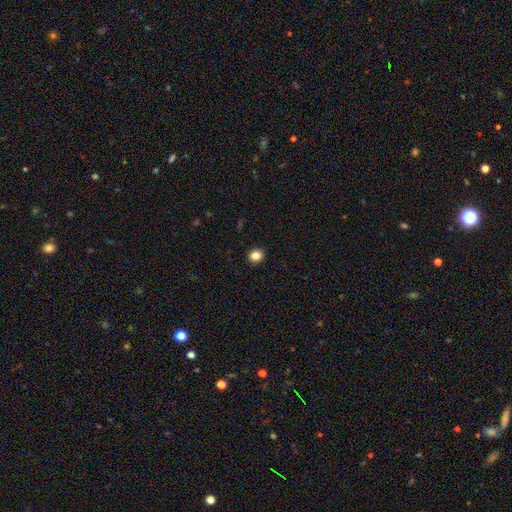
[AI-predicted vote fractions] smooth_or_featured: smooth (p=0.84) [alt: star or artifact p=0.11]
how_rounded: round (p=0.78) [alt: in between p=0.21]
merging: none (p=0.92) [alt: minor disturbance p=0.05]